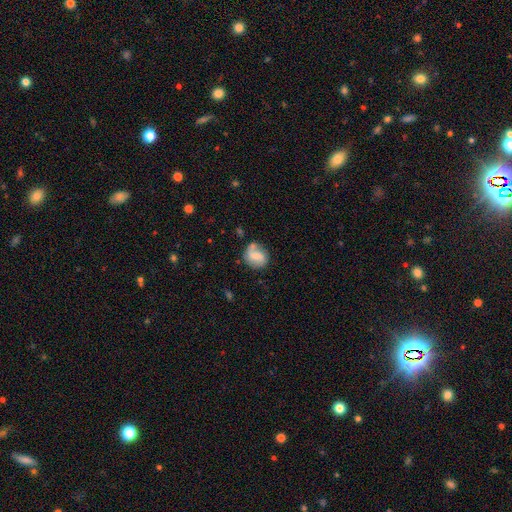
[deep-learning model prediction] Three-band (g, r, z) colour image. It shows a featured or disk galaxy (52%) with a weak bar (44%, tied with no), spiral arms (86%) and a small central bulge (47%). Merging: none (65%).